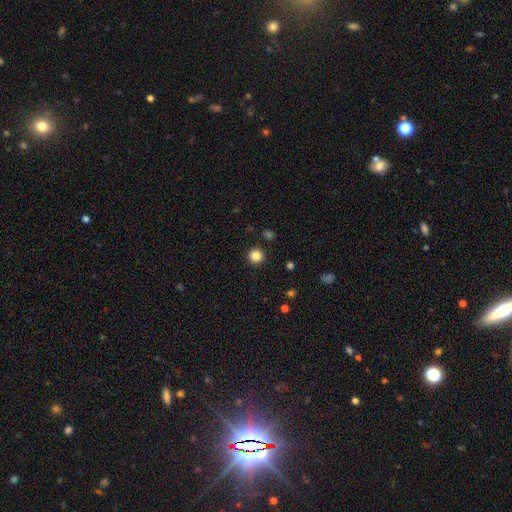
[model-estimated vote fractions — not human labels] This is clearly a smooth galaxy (84%). How rounded: clearly round (95%). Merging: clearly none (92%).